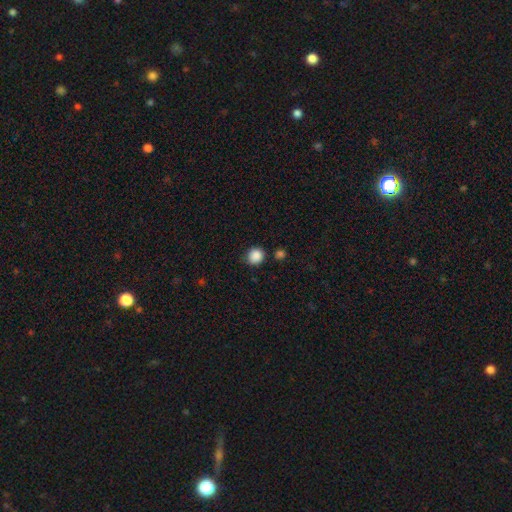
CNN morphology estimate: smooth 87%, star or artifact 10%, featured or disk 3%. Down the decision tree: how rounded — round (86%); merging — none (80%).